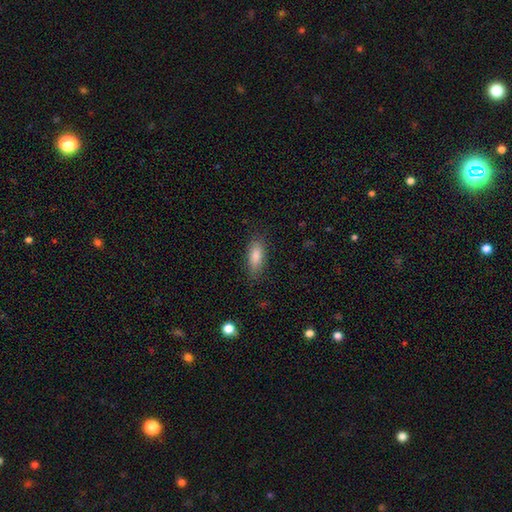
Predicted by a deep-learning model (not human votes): Morphology: type=smooth (82%); roundness=in between (70%); merging=none (83%).